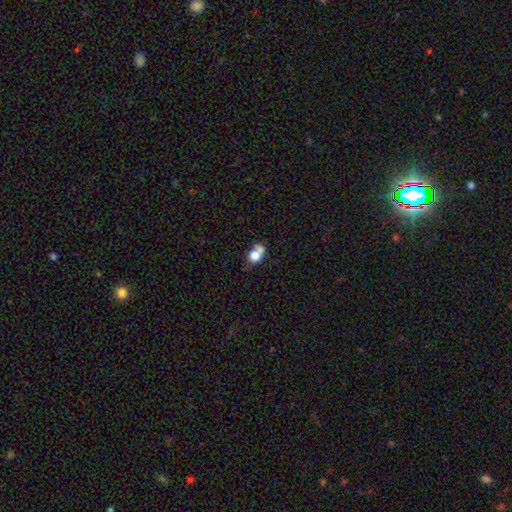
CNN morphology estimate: Smooth or featured? smooth (72%)
How rounded? in between (57%)
Merging? merger (34%)